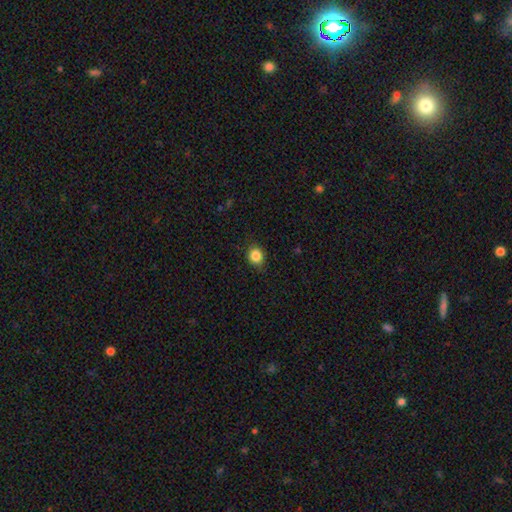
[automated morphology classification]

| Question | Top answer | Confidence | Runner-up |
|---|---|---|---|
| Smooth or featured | smooth | 85% | star or artifact (10%) |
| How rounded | round | 67% | in between (32%) |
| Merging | none | 84% | minor disturbance (12%) |